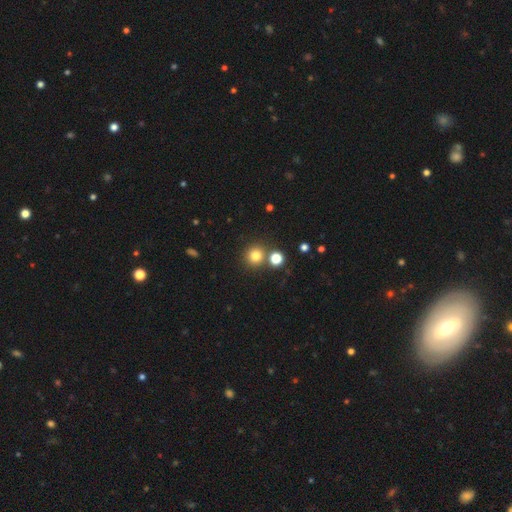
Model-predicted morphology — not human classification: A smooth galaxy with no disk features (78%) that is round (92%).

Vote fractions:
- Smooth or featured? smooth: 78% / star or artifact: 15% / featured or disk: 7%
- How rounded? round: 92% / in between: 7% / cigar-shaped: 1%
- Merging? none: 77% / merger: 14% / minor disturbance: 7% / major disturbance: 3%